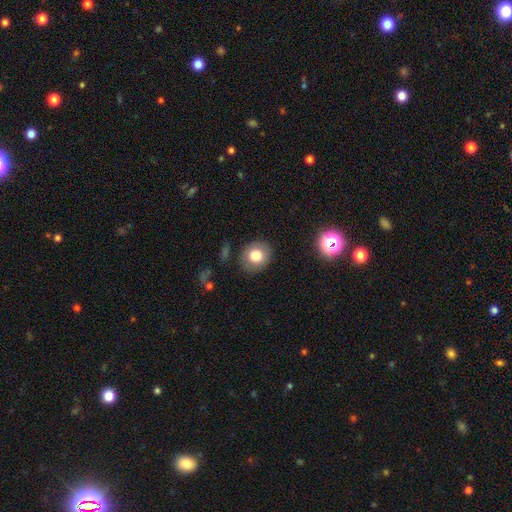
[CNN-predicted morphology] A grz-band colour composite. It shows a smooth galaxy with no disk features (78%) that is round (74%). Merging: none (86%).